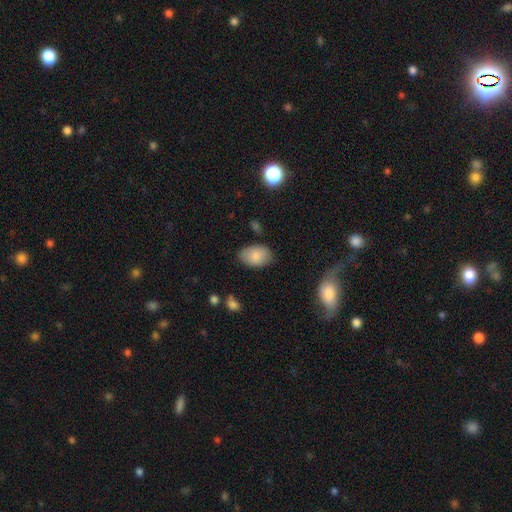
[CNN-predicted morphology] smooth_or_featured: smooth (p=0.85) [alt: featured or disk p=0.08]
how_rounded: in between (p=0.89) [alt: round p=0.09]
merging: none (p=0.76) [alt: minor disturbance p=0.18]